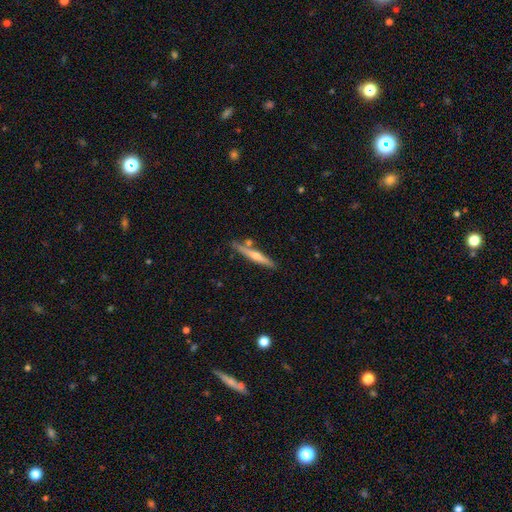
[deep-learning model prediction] The model was most divided on "smooth or featured": featured or disk: 66%, smooth: 28%, star or artifact: 6%. More confident: edge-on disk — yes (97%); edge-on bulge — rounded (83%); merging — none (81%).